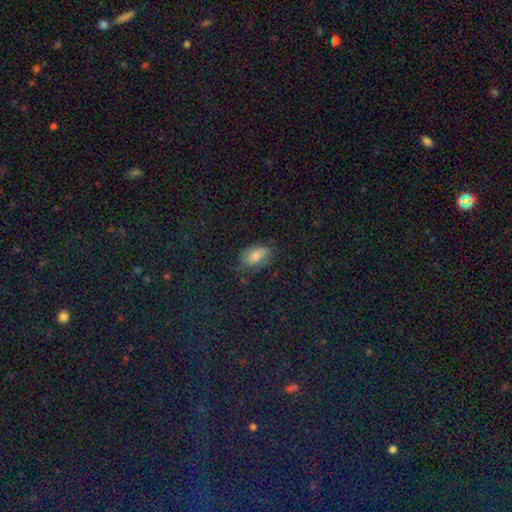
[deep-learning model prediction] Smooth or featured? Predicted: smooth (p=0.64). How rounded? Predicted: in between (p=0.88). Merging? Predicted: none (p=0.73).